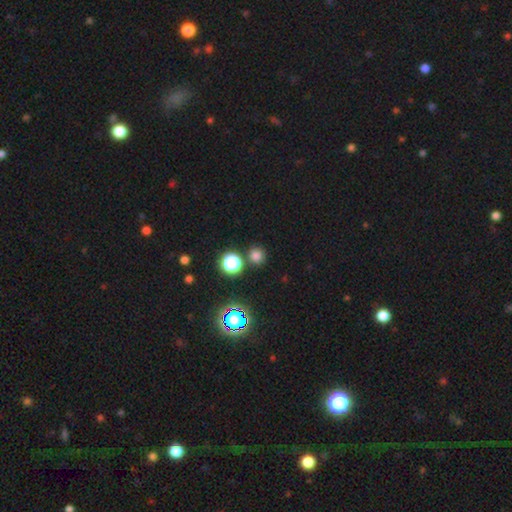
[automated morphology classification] smooth 72%, star or artifact 23%, featured or disk 5%. Down the decision tree: how rounded — round (90%); merging — none (83%).